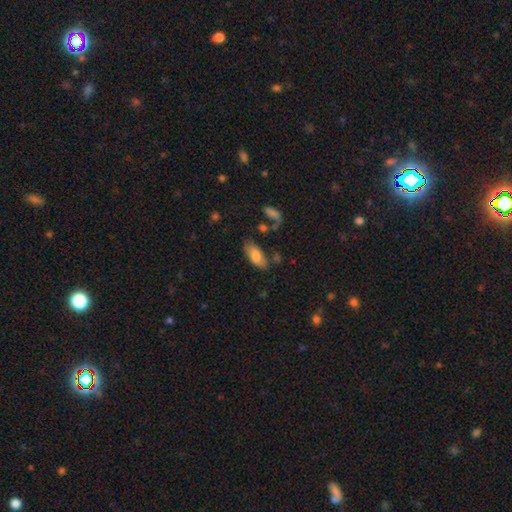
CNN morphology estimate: smooth 76%, featured or disk 17%, star or artifact 7%. Down the decision tree: how rounded — in between (84%); merging — none (65%).